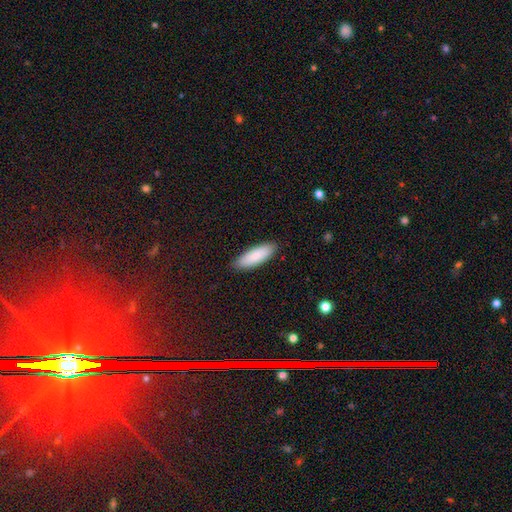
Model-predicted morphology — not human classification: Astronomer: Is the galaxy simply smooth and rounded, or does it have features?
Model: smooth — 88%.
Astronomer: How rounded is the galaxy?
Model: in between — 61% (runner-up: cigar-shaped, 37%).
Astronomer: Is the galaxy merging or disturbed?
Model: none — 88%.